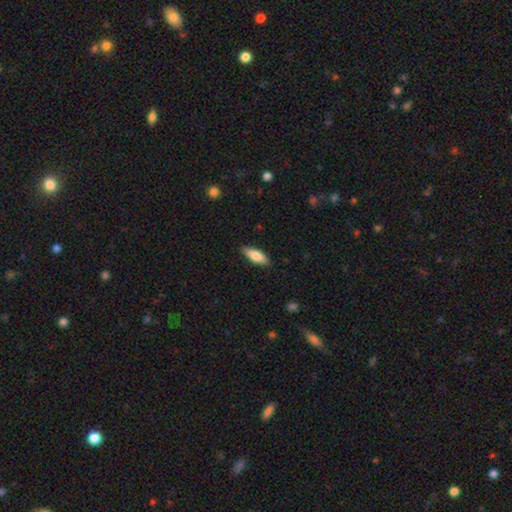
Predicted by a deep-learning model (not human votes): Smooth or featured: smooth — 81% (featured or disk — 13%)
How rounded: in between — 65% (cigar-shaped — 33%)
Merging: none — 86% (minor disturbance — 11%)